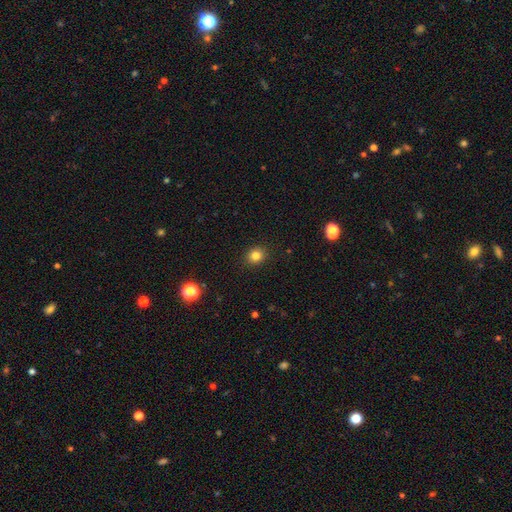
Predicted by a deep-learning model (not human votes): Smooth or featured: smooth — 82% (star or artifact — 13%)
How rounded: round — 77% (in between — 23%)
Merging: none — 90% (minor disturbance — 7%)